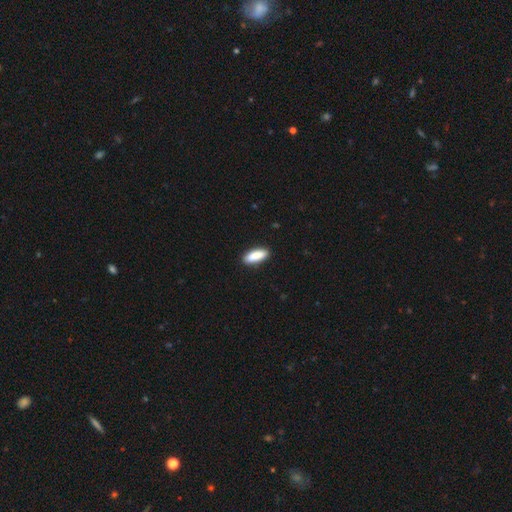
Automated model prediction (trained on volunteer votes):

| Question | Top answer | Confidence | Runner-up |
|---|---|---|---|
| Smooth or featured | smooth | 90% | star or artifact (6%) |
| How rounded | in between | 68% | cigar-shaped (30%) |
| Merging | none | 89% | minor disturbance (8%) |